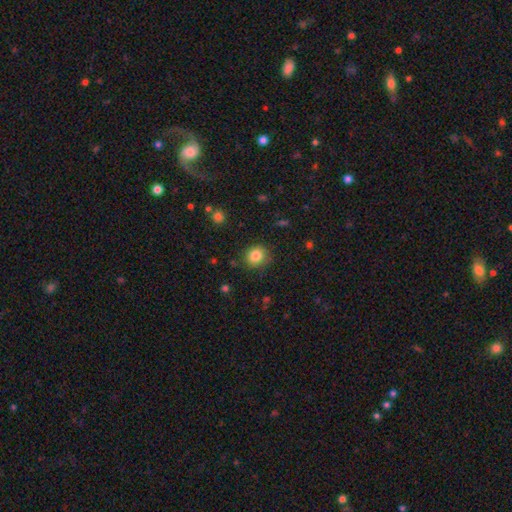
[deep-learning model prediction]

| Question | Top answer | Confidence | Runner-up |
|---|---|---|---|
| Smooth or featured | smooth | 84% | star or artifact (11%) |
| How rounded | round | 85% | in between (14%) |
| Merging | none | 85% | minor disturbance (10%) |